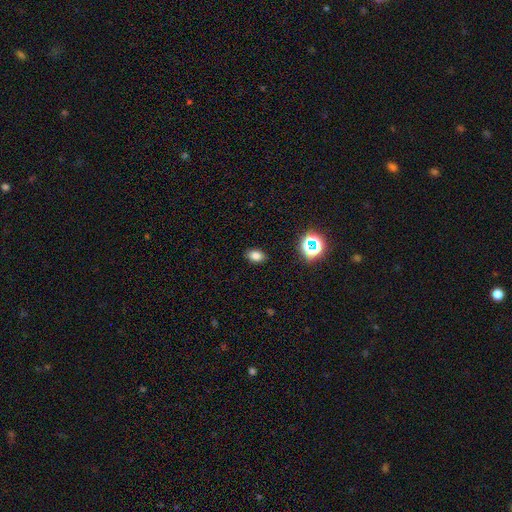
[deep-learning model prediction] Smooth or featured? Predicted: smooth (p=0.78). How rounded? Predicted: in between (p=0.81). Merging? Predicted: none (p=0.88).